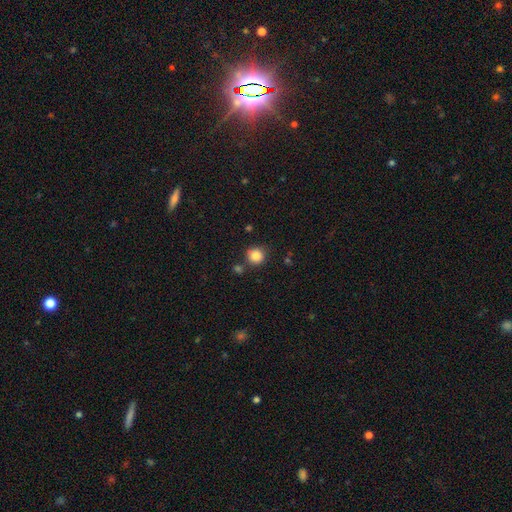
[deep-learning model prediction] The model was most divided on "merging": none: 79%, minor disturbance: 11%, merger: 7%, major disturbance: 3%. More confident: how rounded — round (91%); smooth or featured — smooth (85%).